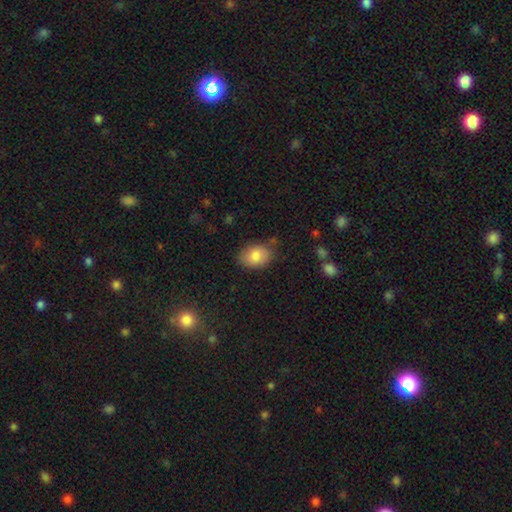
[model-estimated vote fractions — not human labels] Overall: smooth (82%). How rounded: in between (76%). Merging: none (79%).